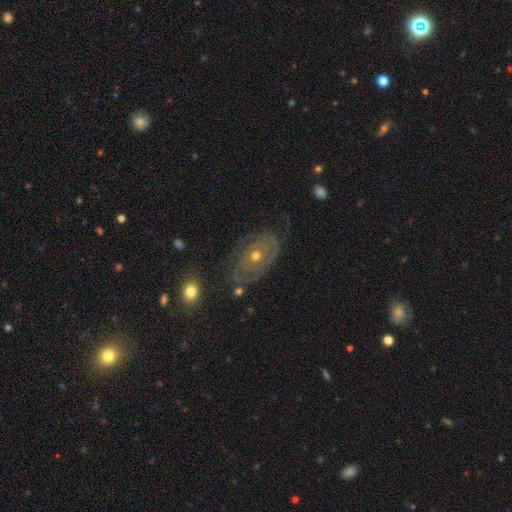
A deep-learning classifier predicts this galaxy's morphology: Q: Smooth or featured?
A: featured or disk (69%); runner-up: smooth (20%)
Q: Edge-on disk?
A: no (93%); runner-up: yes (7%)
Q: Bar?
A: no (86%); runner-up: weak (11%)
Q: Spiral arms?
A: yes (58%); runner-up: no (42%)
Q: Bulge size?
A: moderate (49%); runner-up: small (47%)
Q: Merging?
A: none (70%); runner-up: minor disturbance (19%)